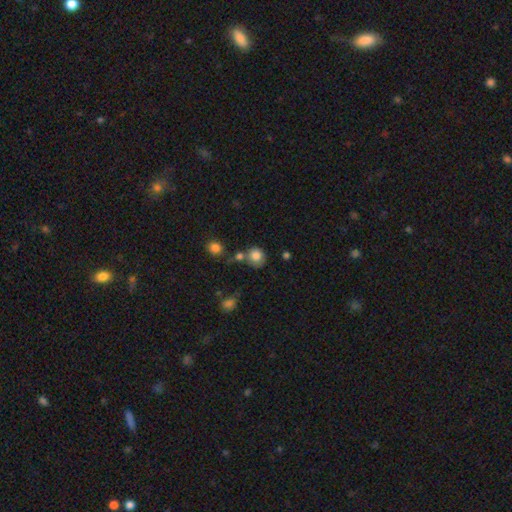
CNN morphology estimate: type=smooth (81%); roundness=round (82%); merging=none (57%).